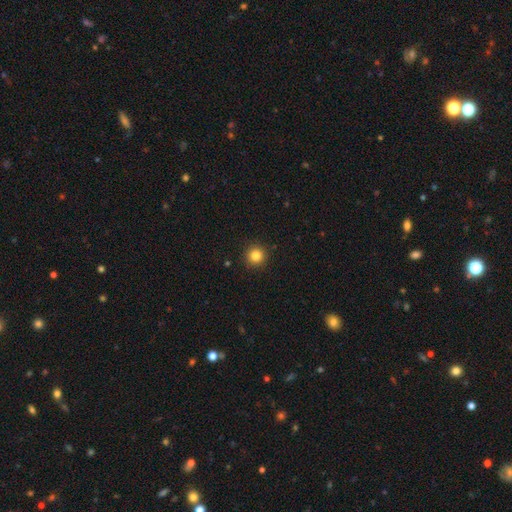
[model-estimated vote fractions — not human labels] The model was most divided on "smooth or featured": smooth: 84%, star or artifact: 11%, featured or disk: 5%. More confident: how rounded — round (95%); merging — none (92%).